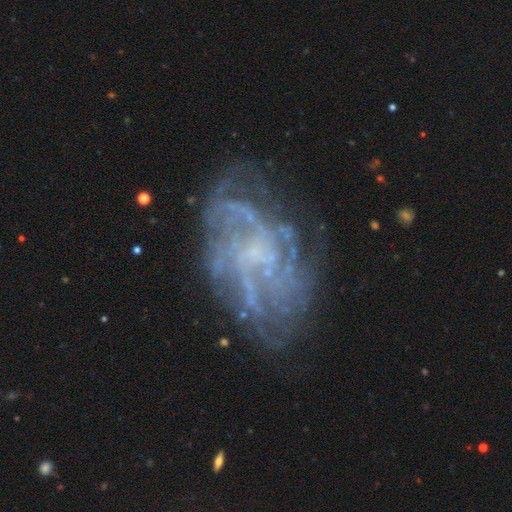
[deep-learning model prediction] Smooth or featured: featured or disk — 78% (star or artifact — 11%)
Edge-on disk: no — 97% (yes — 3%)
Bar: no — 64% (weak — 28%)
Spiral arms: yes — 81% (no — 19%)
Spiral winding: tight — 41% (medium — 37%)
Spiral arm count: can't tell — 44% (4 — 14%)
Bulge size: none — 50% (small — 40%)
Merging: none — 63% (minor disturbance — 18%)